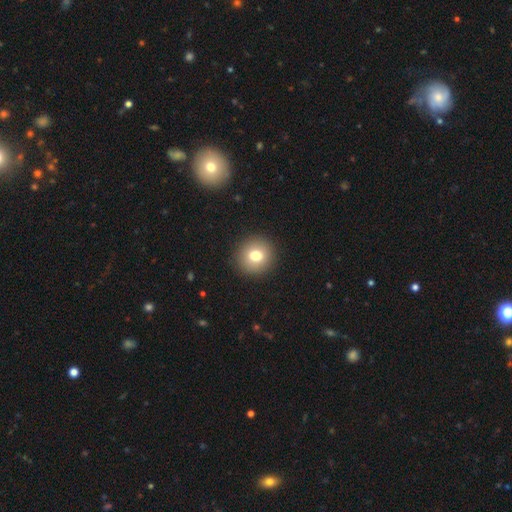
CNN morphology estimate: smooth-or-featured: smooth: 76% | featured or disk: 13% | star or artifact: 10%
  how-rounded: round: 90% | in between: 9% | cigar-shaped: 1%
  merging: none: 92% | minor disturbance: 5% | major disturbance: 2% | merger: 1%